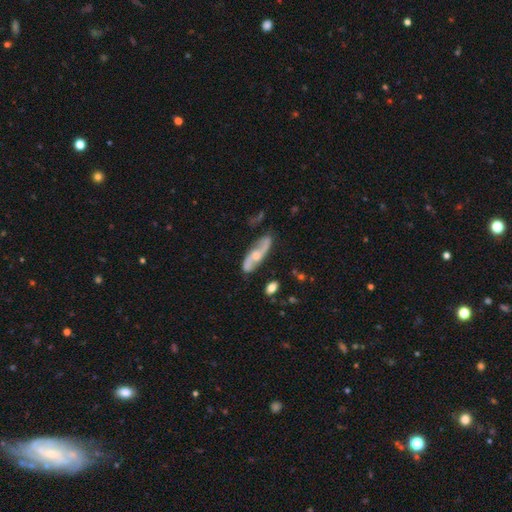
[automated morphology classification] smooth-or-featured: featured or disk: 79% | smooth: 16% | star or artifact: 6%
  disk-edge-on: no: 86% | yes: 14%
    bar: no: 55% | weak: 35% | strong: 10%
    has-spiral-arms: yes: 94% | no: 6%
      spiral-winding: loose: 52% | medium: 36% | tight: 12%
      spiral-arm-count: 2: 91% | can't tell: 5% | 1: 2% | 3: 1% | 4: 1% | more than 4: 1%
    bulge-size: moderate: 49% | small: 34% | none: 9% | large: 7% | dominant: 1%
  merging: none: 75% | minor disturbance: 16% | major disturbance: 5% | merger: 4%